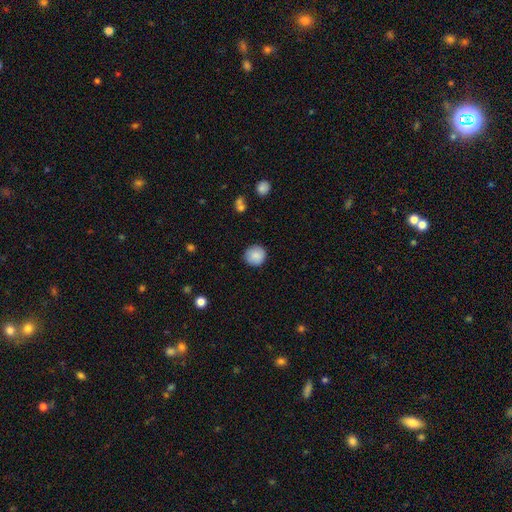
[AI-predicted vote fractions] Smooth or featured?
  - smooth: 87% *
  - star or artifact: 8%
  - featured or disk: 5%
How rounded?
  - round: 92% *
  - in between: 7%
  - cigar-shaped: 1%
Merging?
  - none: 88% *
  - minor disturbance: 9%
  - major disturbance: 2%
  - merger: 1%